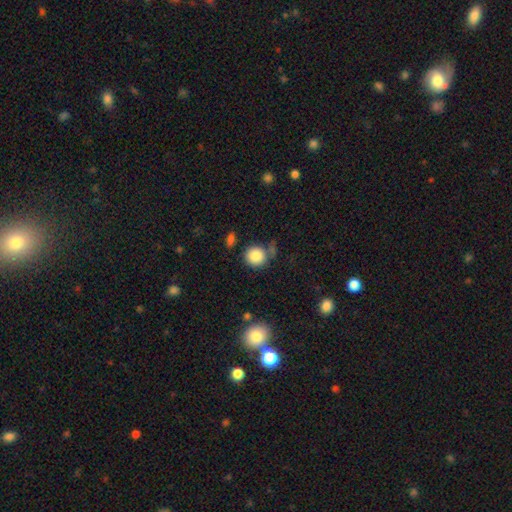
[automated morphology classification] Smooth or featured: smooth — 86% (star or artifact — 9%)
How rounded: round — 90% (in between — 9%)
Merging: none — 71% (minor disturbance — 13%)